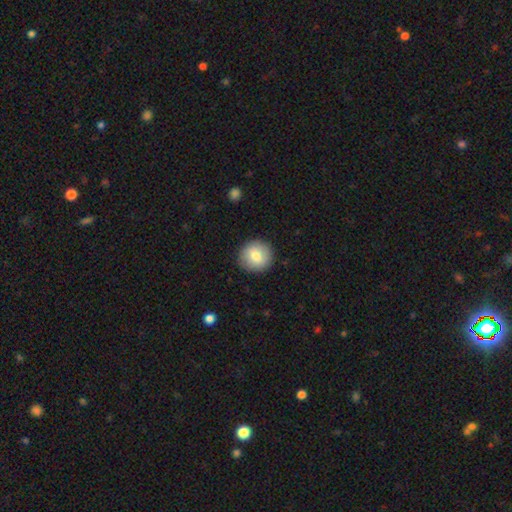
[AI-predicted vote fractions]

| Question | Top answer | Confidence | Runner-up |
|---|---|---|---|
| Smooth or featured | smooth | 76% | featured or disk (16%) |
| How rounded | round | 92% | in between (7%) |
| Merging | none | 90% | minor disturbance (7%) |